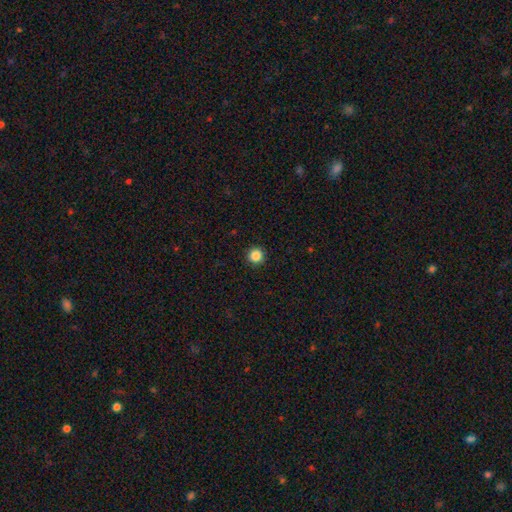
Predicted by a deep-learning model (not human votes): Morphology: type=smooth (86%); roundness=round (96%); merging=none (93%).